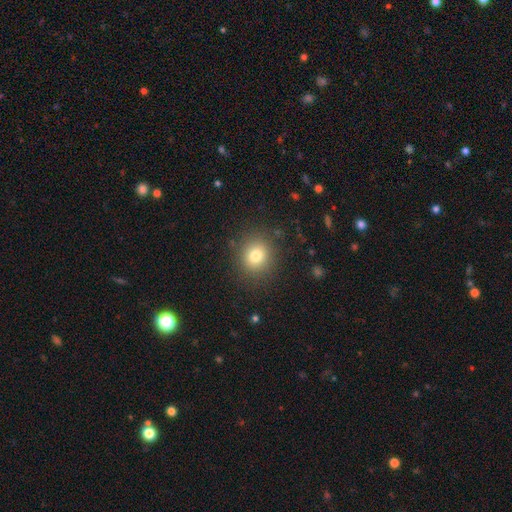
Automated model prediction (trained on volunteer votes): This is likely a smooth galaxy (79%). How rounded: clearly round (83%). Merging: clearly none (87%).